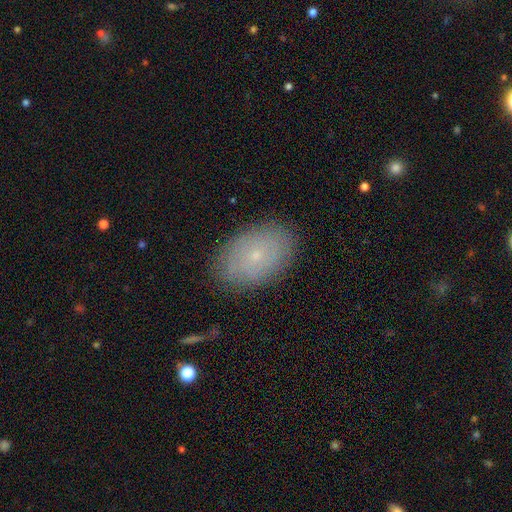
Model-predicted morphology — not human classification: smooth 52%, featured or disk 38%, star or artifact 10%. Down the decision tree: how rounded — in between (85%); merging — none (84%).